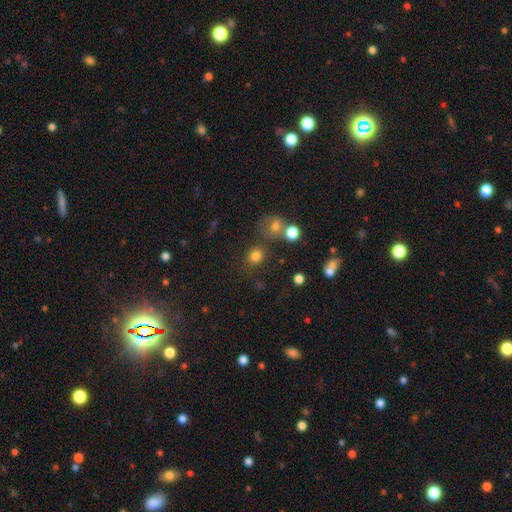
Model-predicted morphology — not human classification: smooth_or_featured: smooth (p=0.78) [alt: star or artifact p=0.16]
how_rounded: round (p=0.76) [alt: in between p=0.22]
merging: none (p=0.72) [alt: merger p=0.12]